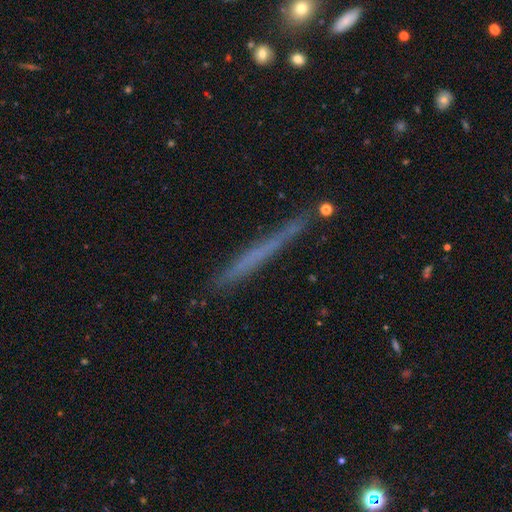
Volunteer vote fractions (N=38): A featured or disk galaxy (61%) viewed edge-on (96%) with no central bulge (91%).

Vote fractions:
- Smooth or featured? featured or disk: 61% / smooth: 37% / star or artifact: 3%
- Edge-on disk? yes: 96% / no: 4%
- Edge-on bulge? none: 91% / rounded: 9% / boxy: 0%
- Merging? none: 73% / minor disturbance: 19% / major disturbance: 8% / merger: 0%